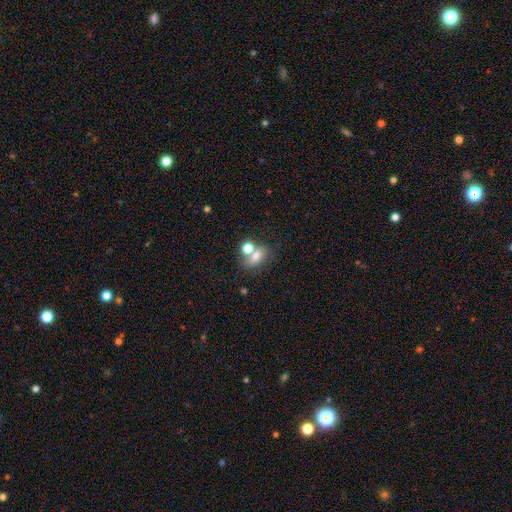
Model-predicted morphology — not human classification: type=smooth (70%); roundness=in between (67%); merging=none (43%).